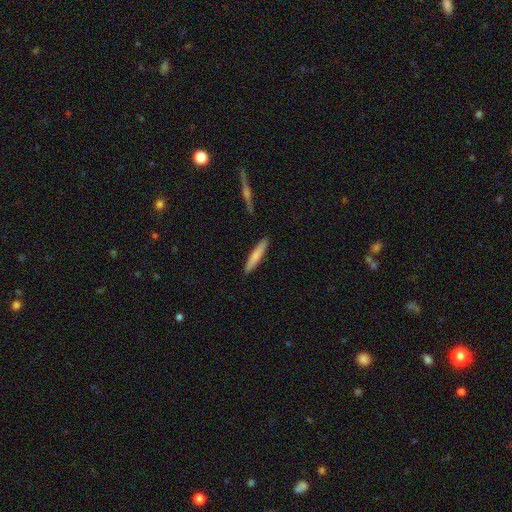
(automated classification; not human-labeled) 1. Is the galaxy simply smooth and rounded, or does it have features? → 75% smooth, 19% featured or disk, 6% star or artifact.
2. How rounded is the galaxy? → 91% cigar-shaped, 8% in between, 1% round.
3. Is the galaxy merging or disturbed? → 90% none, 7% minor disturbance, 2% major disturbance, 2% merger.